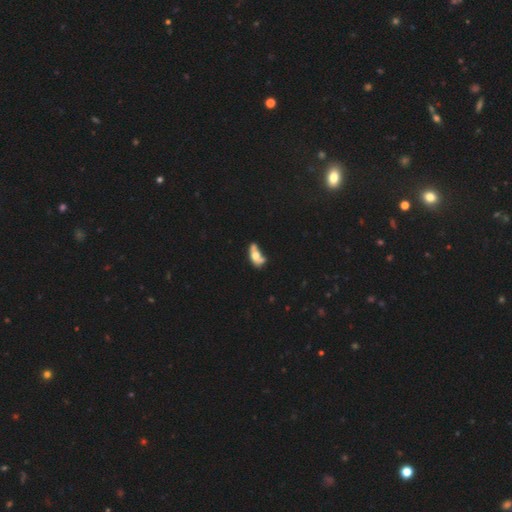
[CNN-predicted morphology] A smooth galaxy with no disk features (52%) that is in between round and cigar-shaped (82%). Merging: merger (39%).